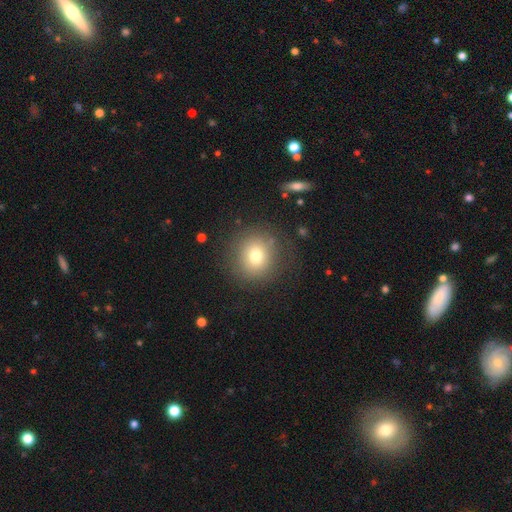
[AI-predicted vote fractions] smooth-or-featured: smooth: 74% | featured or disk: 13% | star or artifact: 12%
  how-rounded: round: 88% | in between: 11% | cigar-shaped: 1%
  merging: none: 82% | minor disturbance: 11% | major disturbance: 6% | merger: 2%